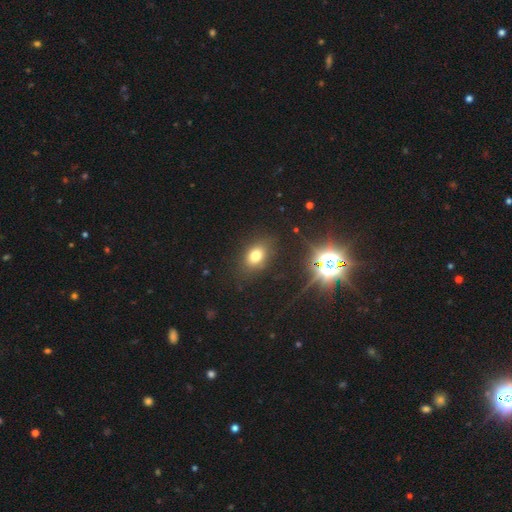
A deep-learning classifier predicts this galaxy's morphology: Smooth or featured?
  - smooth: 71% *
  - star or artifact: 20%
  - featured or disk: 9%
How rounded?
  - in between: 68% *
  - round: 30%
  - cigar-shaped: 2%
Merging?
  - none: 82% *
  - minor disturbance: 12%
  - major disturbance: 4%
  - merger: 2%